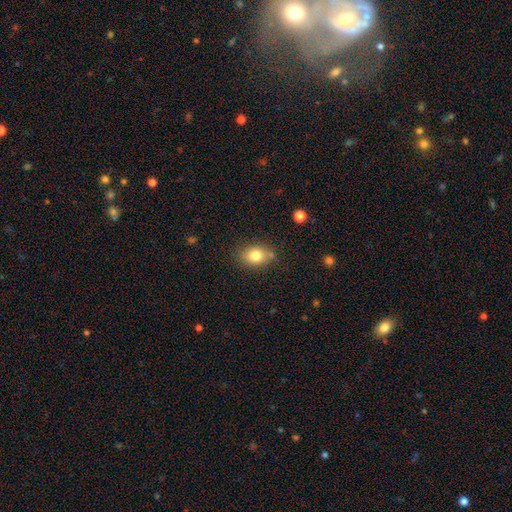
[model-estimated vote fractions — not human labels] Smooth or featured?
  - smooth: 80% *
  - featured or disk: 10%
  - star or artifact: 10%
How rounded?
  - in between: 69% *
  - round: 29%
  - cigar-shaped: 1%
Merging?
  - none: 75% *
  - minor disturbance: 17%
  - merger: 5%
  - major disturbance: 4%